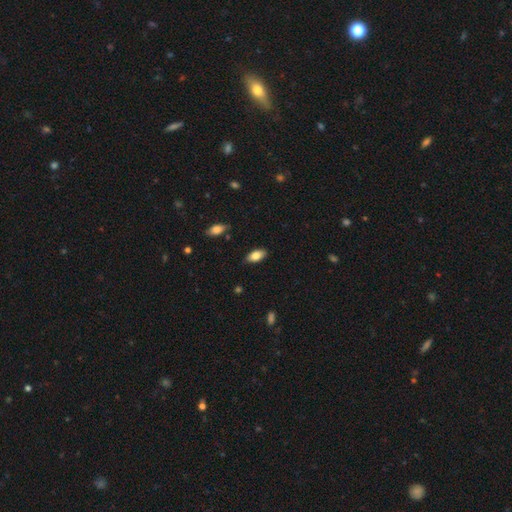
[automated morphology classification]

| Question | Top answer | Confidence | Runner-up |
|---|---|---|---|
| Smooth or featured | smooth | 80% | featured or disk (12%) |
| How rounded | in between | 91% | cigar-shaped (6%) |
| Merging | none | 86% | minor disturbance (11%) |